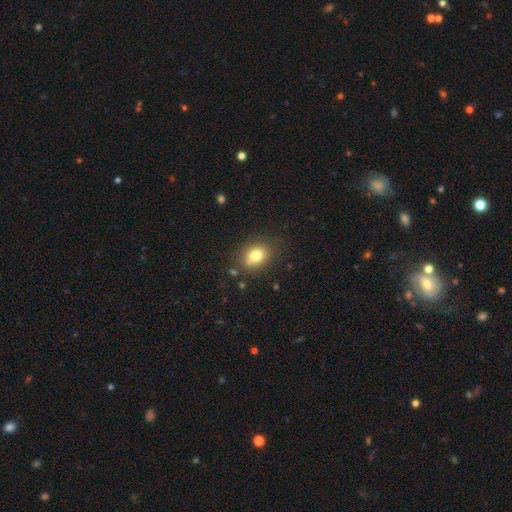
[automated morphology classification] Smooth or featured: smooth — 79% (star or artifact — 11%)
How rounded: round — 51% (in between — 48%)
Merging: none — 78% (minor disturbance — 14%)